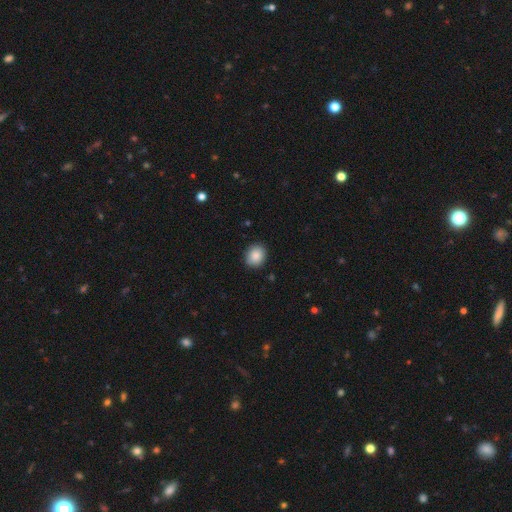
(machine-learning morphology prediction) smooth_or_featured: smooth (p=0.88) [alt: star or artifact p=0.08]
how_rounded: round (p=0.68) [alt: in between p=0.31]
merging: none (p=0.89) [alt: minor disturbance p=0.08]